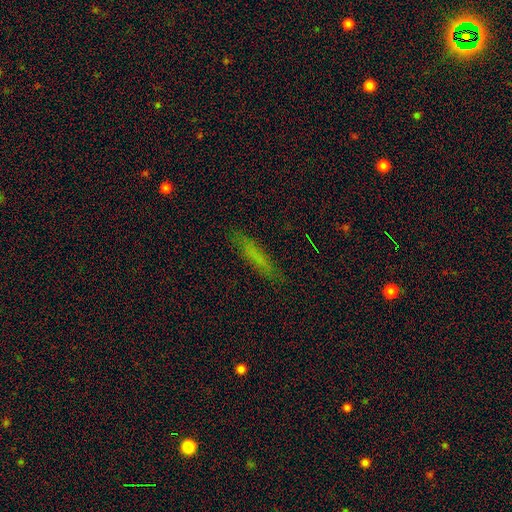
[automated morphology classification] This appears to be a smooth galaxy with no disk features (66%) that is cigar-shaped (88%). Merging: none (85%).